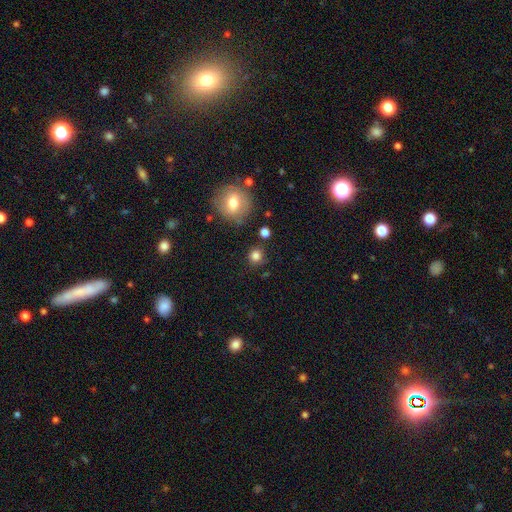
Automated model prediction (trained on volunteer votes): Smooth or featured? smooth (81%)
How rounded? round (87%)
Merging? none (82%)